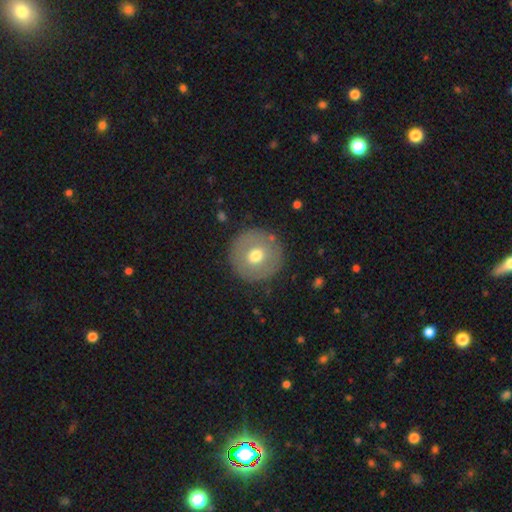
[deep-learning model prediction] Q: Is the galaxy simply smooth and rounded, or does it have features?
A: smooth — 62%.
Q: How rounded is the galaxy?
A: round — 95%.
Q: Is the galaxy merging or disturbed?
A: none — 87%.